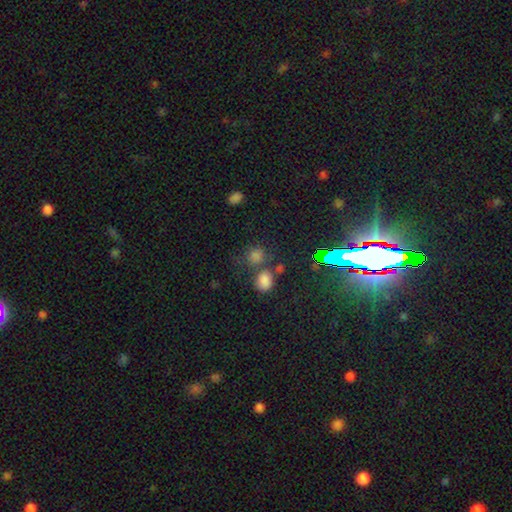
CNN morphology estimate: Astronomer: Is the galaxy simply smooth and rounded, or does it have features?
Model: smooth — 68%.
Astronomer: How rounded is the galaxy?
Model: round — 73%.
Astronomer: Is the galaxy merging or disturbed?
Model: none — 57%.